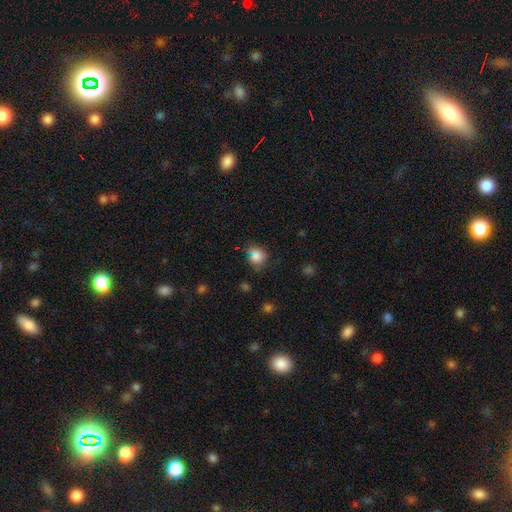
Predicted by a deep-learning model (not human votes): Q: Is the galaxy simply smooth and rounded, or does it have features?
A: smooth — 81%.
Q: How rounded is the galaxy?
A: round — 67%.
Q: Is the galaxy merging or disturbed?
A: none — 66%.